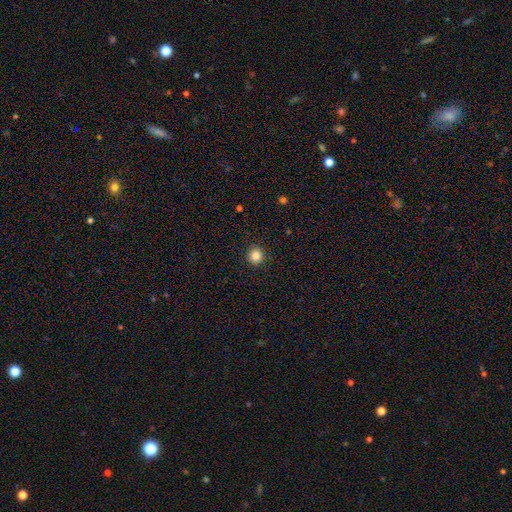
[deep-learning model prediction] smooth 85%, star or artifact 11%, featured or disk 4%. Down the decision tree: how rounded — round (95%); merging — none (92%).